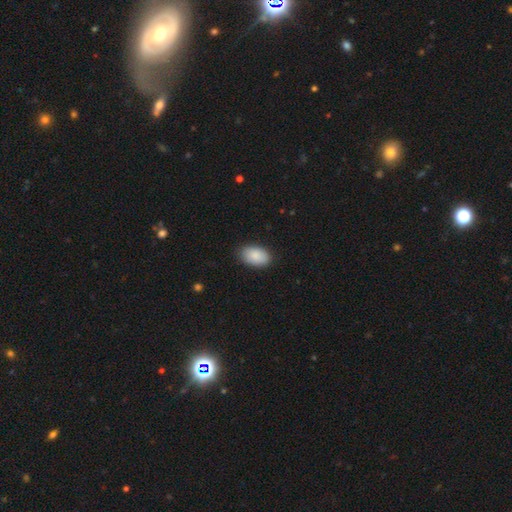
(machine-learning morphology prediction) smooth-or-featured: smooth: 89% | star or artifact: 6% | featured or disk: 5%
  how-rounded: in between: 93% | round: 6% | cigar-shaped: 1%
  merging: none: 86% | minor disturbance: 11% | major disturbance: 2% | merger: 1%